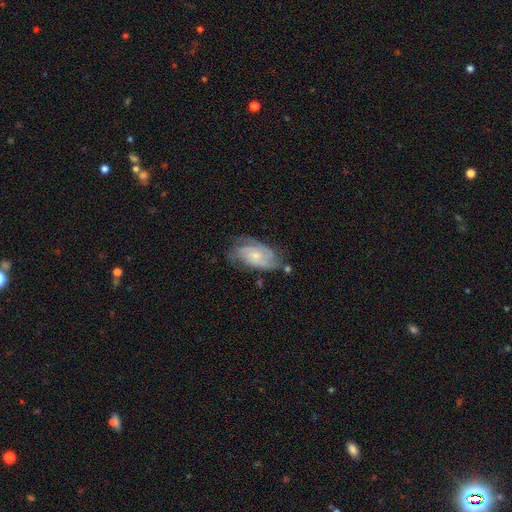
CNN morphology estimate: Smooth or featured? Predicted: featured or disk (p=0.73). Edge-on disk? Predicted: no (p=0.96). Bar? Predicted: no (p=0.72). Spiral arms? Predicted: yes (p=0.91). Spiral winding? Predicted: tight (p=0.53). Spiral arm count? Predicted: 2 (p=0.34). Bulge size? Predicted: small (p=0.67). Merging? Predicted: none (p=0.59).